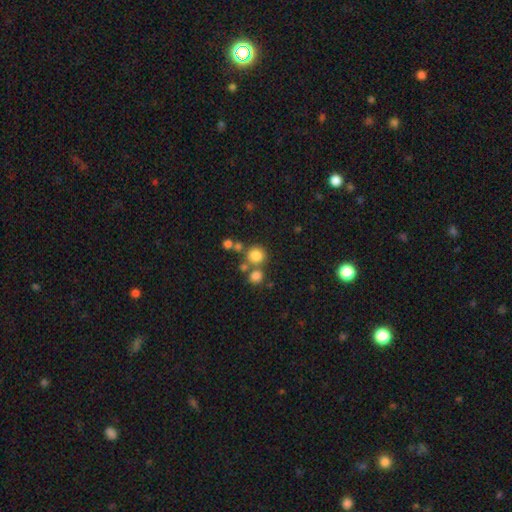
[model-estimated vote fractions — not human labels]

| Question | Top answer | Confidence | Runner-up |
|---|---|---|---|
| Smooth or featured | smooth | 77% | star or artifact (14%) |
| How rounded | round | 91% | in between (9%) |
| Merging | none | 65% | merger (24%) |